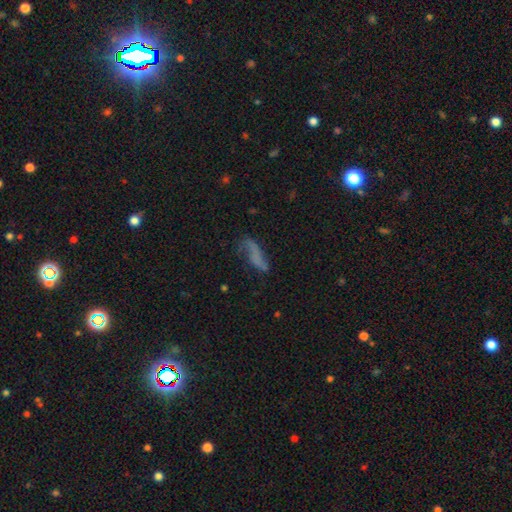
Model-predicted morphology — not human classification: The model was most divided on "smooth or featured": featured or disk: 45%, smooth: 41%, star or artifact: 14%. Remaining: merging — none (45%).